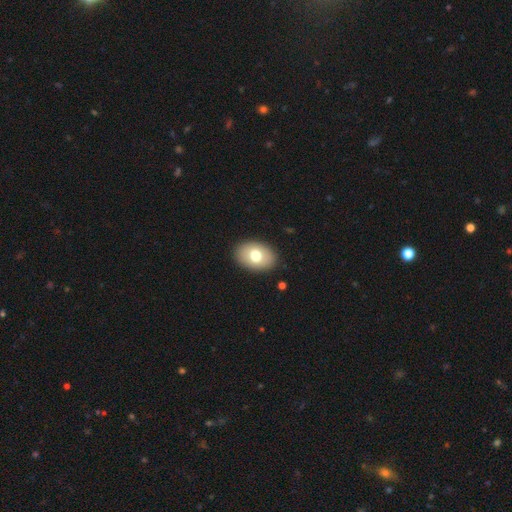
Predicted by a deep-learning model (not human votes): Morphology: type=smooth (73%); roundness=in between (83%); merging=none (89%).